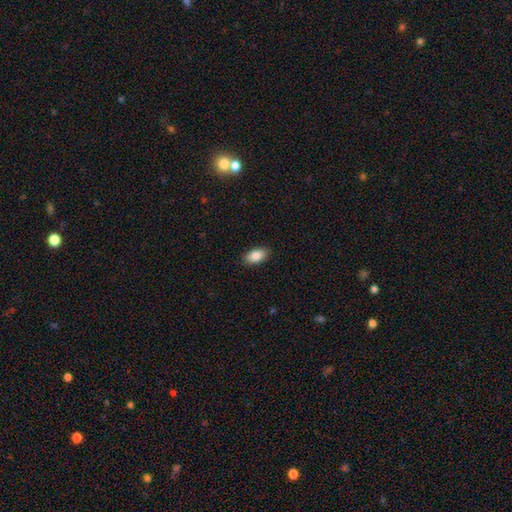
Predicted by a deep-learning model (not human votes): A smooth galaxy with no disk features (87%) that is in between round and cigar-shaped (93%).

Vote fractions:
- Smooth or featured? smooth: 87% / star or artifact: 7% / featured or disk: 6%
- How rounded? in between: 93% / round: 4% / cigar-shaped: 2%
- Merging? none: 89% / minor disturbance: 8% / major disturbance: 2% / merger: 1%